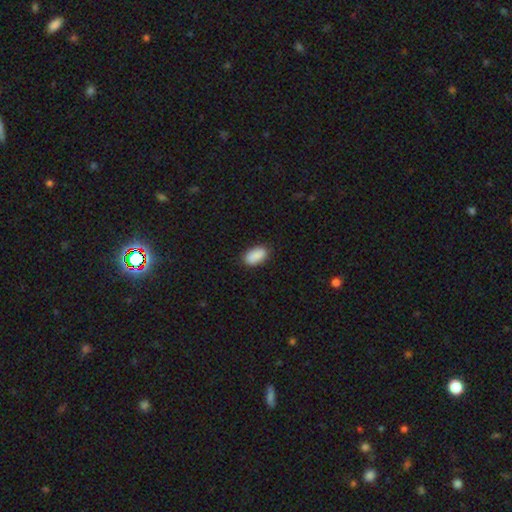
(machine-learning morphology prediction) Smooth or featured?
  - smooth: 90% *
  - star or artifact: 7%
  - featured or disk: 3%
How rounded?
  - in between: 93% *
  - round: 4%
  - cigar-shaped: 2%
Merging?
  - none: 86% *
  - minor disturbance: 11%
  - major disturbance: 2%
  - merger: 1%